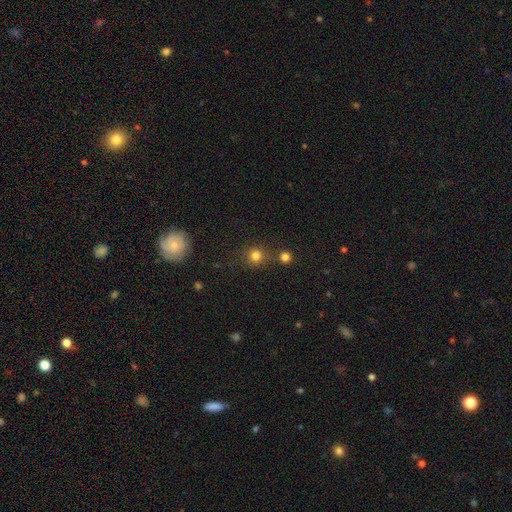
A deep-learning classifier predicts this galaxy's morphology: A smooth galaxy with no disk features (78%) that is round (91%).

Vote fractions:
- Smooth or featured? smooth: 78% / star or artifact: 16% / featured or disk: 6%
- How rounded? round: 91% / in between: 8% / cigar-shaped: 1%
- Merging? none: 75% / merger: 12% / minor disturbance: 9% / major disturbance: 4%